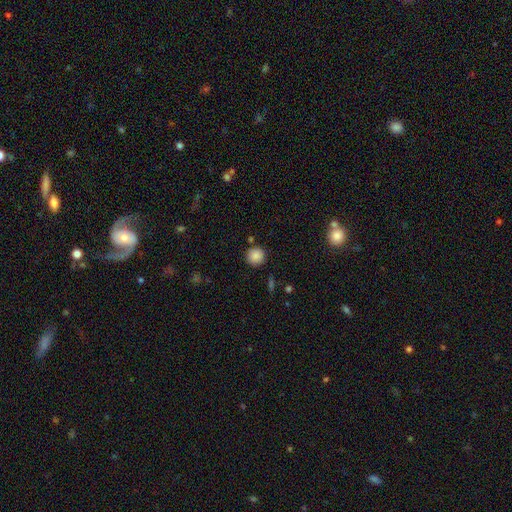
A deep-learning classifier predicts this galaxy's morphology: This is clearly a smooth galaxy (86%). How rounded: clearly round (94%). Merging: clearly none (87%).